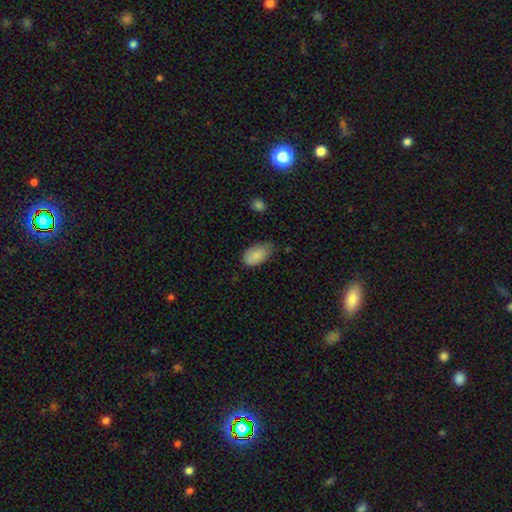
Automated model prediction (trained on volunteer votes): smooth-or-featured: smooth: 85% | featured or disk: 8% | star or artifact: 7%
  how-rounded: in between: 93% | round: 5% | cigar-shaped: 2%
  merging: none: 61% | minor disturbance: 32% | major disturbance: 6% | merger: 2%